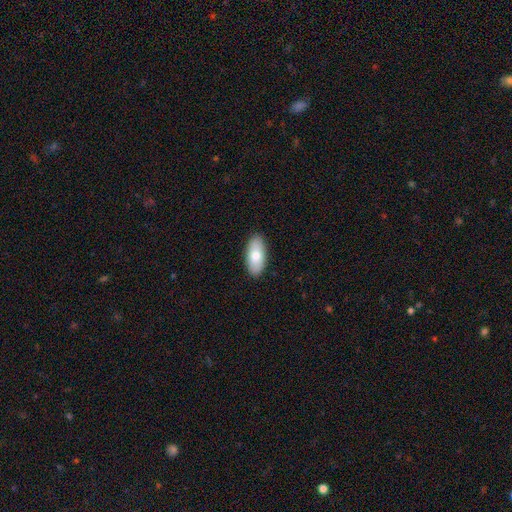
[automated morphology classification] Overall: smooth (77%). How rounded: in between (90%). Merging: none (90%).